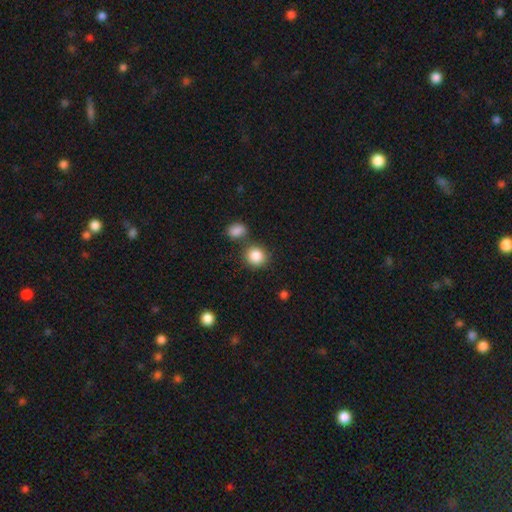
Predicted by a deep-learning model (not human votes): smooth-or-featured: smooth: 87% | star or artifact: 9% | featured or disk: 5%
  how-rounded: round: 85% | in between: 14% | cigar-shaped: 1%
  merging: none: 72% | merger: 15% | minor disturbance: 10% | major disturbance: 3%